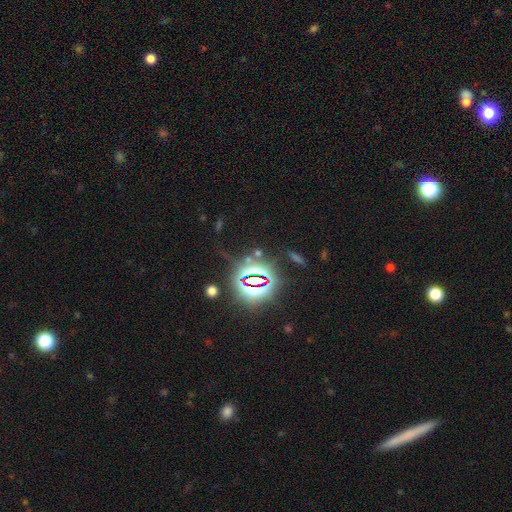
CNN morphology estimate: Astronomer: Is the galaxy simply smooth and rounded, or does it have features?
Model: star or artifact — 79%.